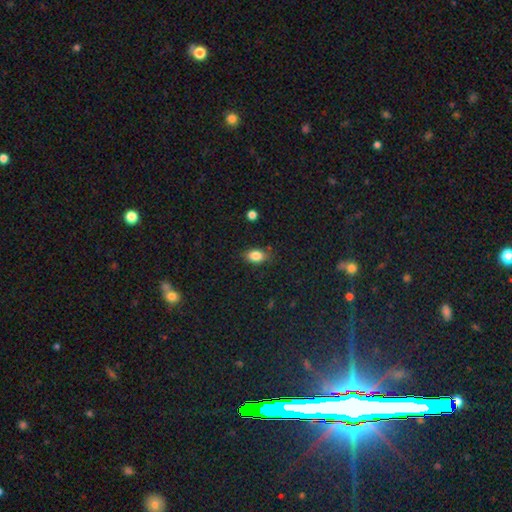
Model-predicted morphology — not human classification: This appears to be a smooth galaxy with no disk features (84%) that is in between round and cigar-shaped (82%). Merging: none (81%).